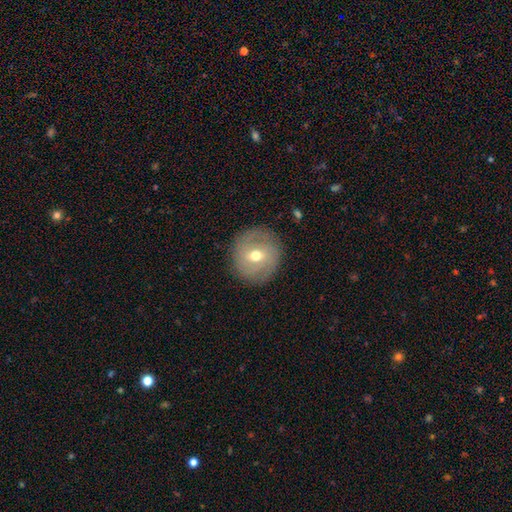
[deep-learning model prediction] smooth-or-featured: featured or disk: 52% | smooth: 40% | star or artifact: 8%
  disk-edge-on: no: 95% | yes: 5%
  merging: none: 85% | minor disturbance: 10% | major disturbance: 4% | merger: 1%